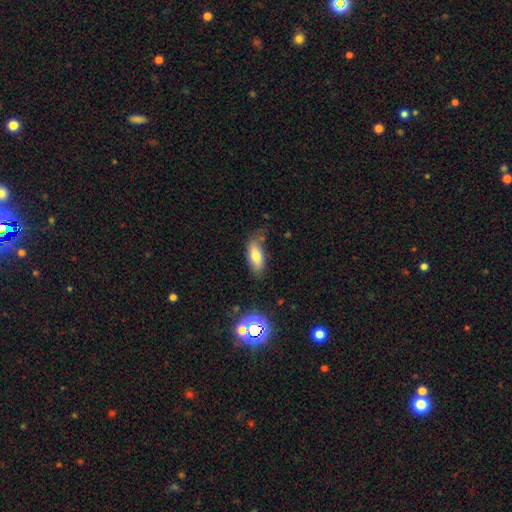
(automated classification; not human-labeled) Smooth or featured: smooth — 73% (featured or disk — 17%)
How rounded: in between — 81% (cigar-shaped — 15%)
Merging: none — 61% (minor disturbance — 26%)